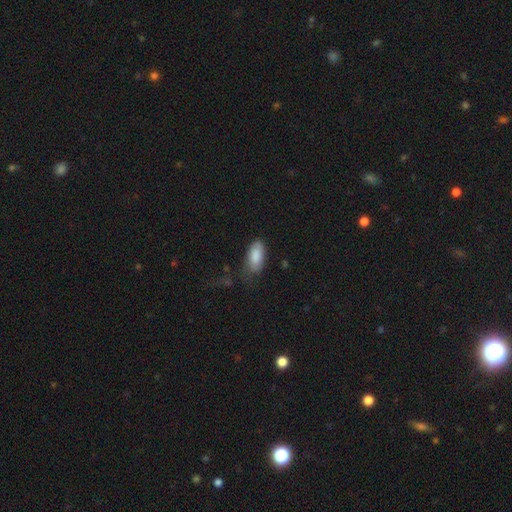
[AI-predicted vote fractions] This is clearly a smooth galaxy (86%). How rounded: clearly in between (91%). Merging: possibly none (57%).